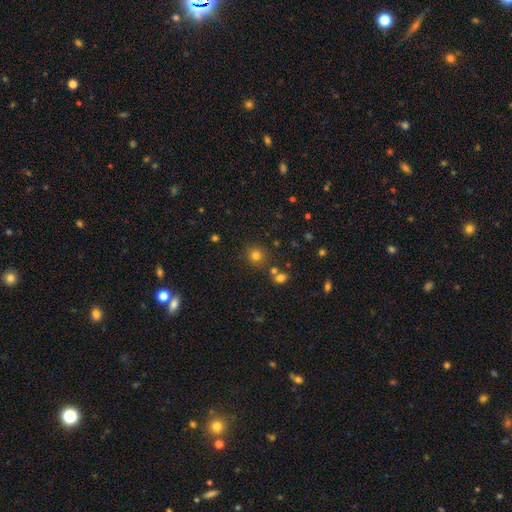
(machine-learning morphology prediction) Q: Smooth or featured?
A: smooth (77%); runner-up: star or artifact (17%)
Q: How rounded?
A: round (90%); runner-up: in between (9%)
Q: Merging?
A: none (79%); runner-up: merger (9%)